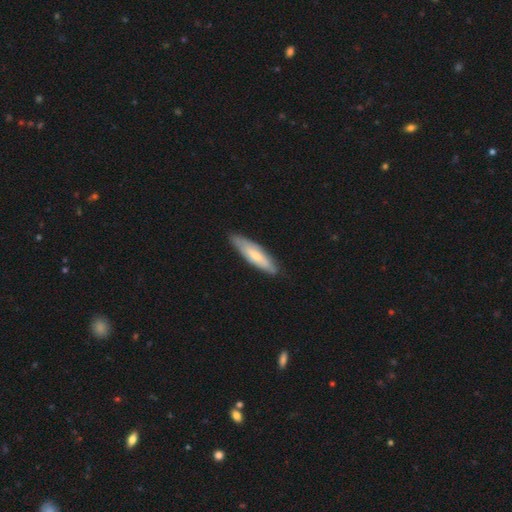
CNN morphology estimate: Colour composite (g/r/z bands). It shows a smooth galaxy with no disk features (62%) that is cigar-shaped (70%). Merging: none (82%).